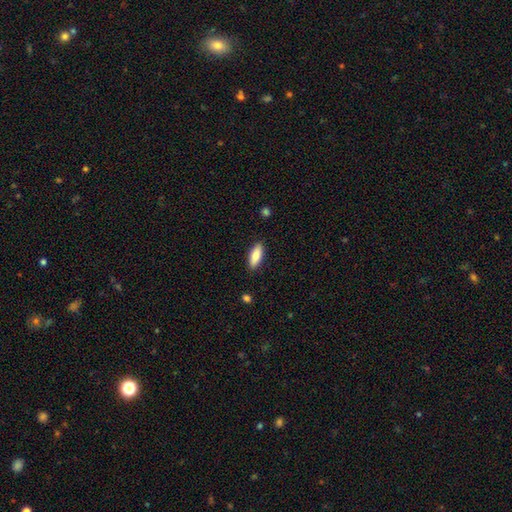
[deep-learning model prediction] Smooth or featured: smooth — 83% (featured or disk — 11%)
How rounded: in between — 72% (cigar-shaped — 26%)
Merging: none — 88% (minor disturbance — 9%)